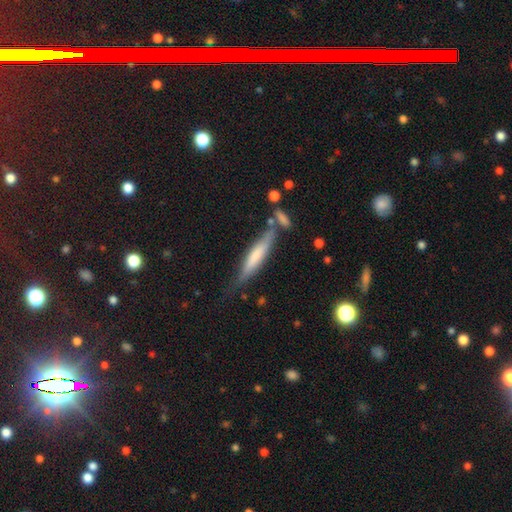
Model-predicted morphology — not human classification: The model was most divided on "smooth or featured": smooth: 57%, featured or disk: 37%, star or artifact: 6%. More confident: how rounded — cigar-shaped (87%); merging — none (60%).